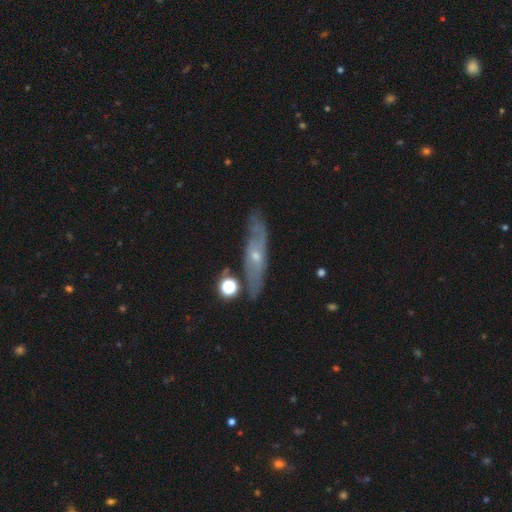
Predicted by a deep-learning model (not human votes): A featured or disk galaxy (69%). Merging: none (71%).